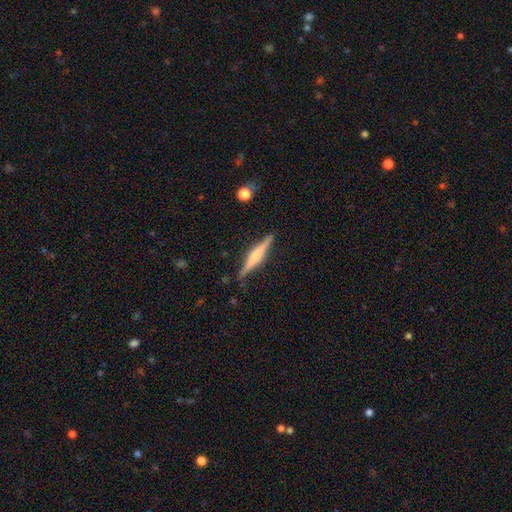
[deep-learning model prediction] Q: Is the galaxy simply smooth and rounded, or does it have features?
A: featured or disk — 64%.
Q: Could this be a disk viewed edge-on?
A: yes — 98%.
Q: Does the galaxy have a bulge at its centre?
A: rounded — 54%.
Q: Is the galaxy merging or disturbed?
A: none — 87%.